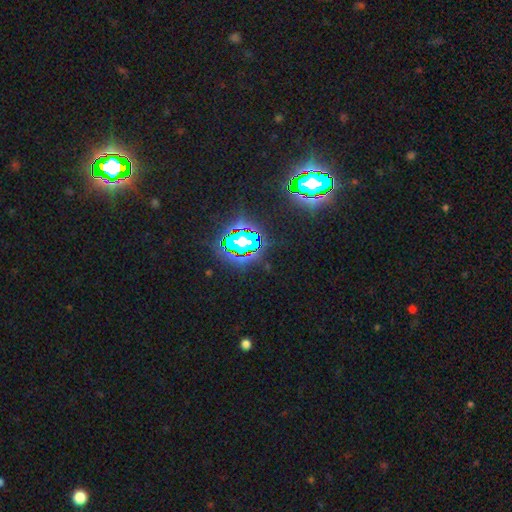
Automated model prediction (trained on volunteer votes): A star or artifact, not a galaxy (81%).

Vote fractions:
- Smooth or featured? star or artifact: 81% / smooth: 11% / featured or disk: 8%